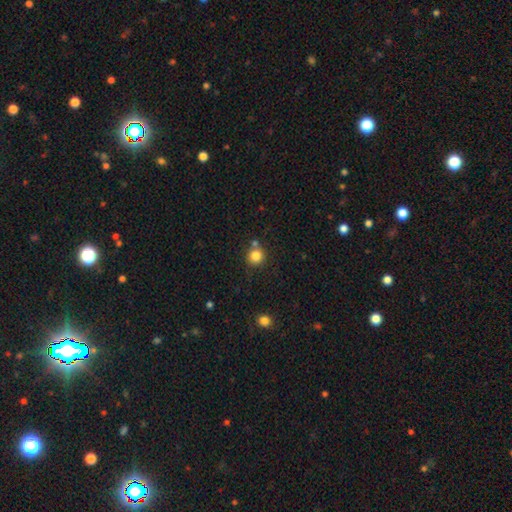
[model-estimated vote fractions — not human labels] smooth-or-featured: smooth: 82% | star or artifact: 12% | featured or disk: 6%
  how-rounded: round: 92% | in between: 7% | cigar-shaped: 1%
  merging: none: 74% | merger: 14% | minor disturbance: 9% | major disturbance: 3%